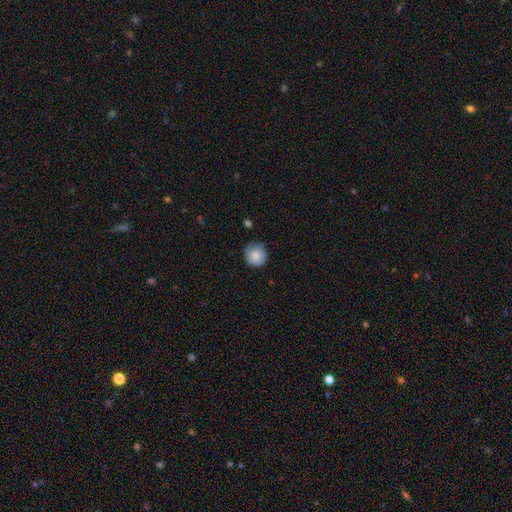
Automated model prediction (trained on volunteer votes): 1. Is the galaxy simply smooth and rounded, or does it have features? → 82% smooth, 10% featured or disk, 8% star or artifact.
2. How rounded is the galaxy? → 90% round, 10% in between, 1% cigar-shaped.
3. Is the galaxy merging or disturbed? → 65% none, 28% minor disturbance, 6% major disturbance, 2% merger.